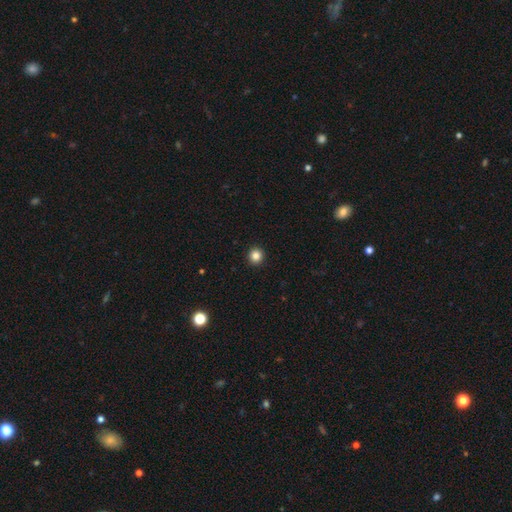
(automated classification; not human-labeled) Morphology: type=smooth (84%); roundness=round (95%); merging=none (94%).